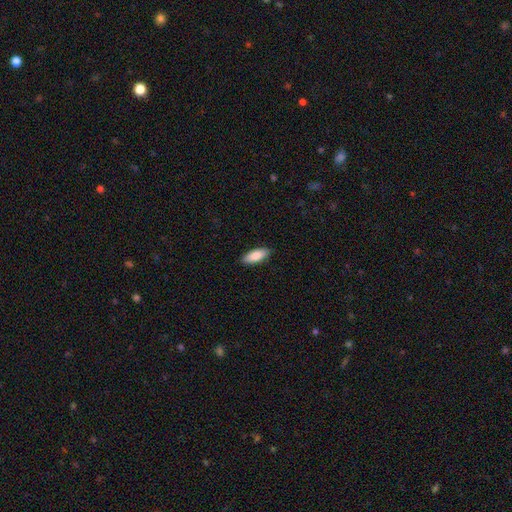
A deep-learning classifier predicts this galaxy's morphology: smooth 88%, featured or disk 6%, star or artifact 5%. Down the decision tree: how rounded — in between (76%); merging — none (89%).